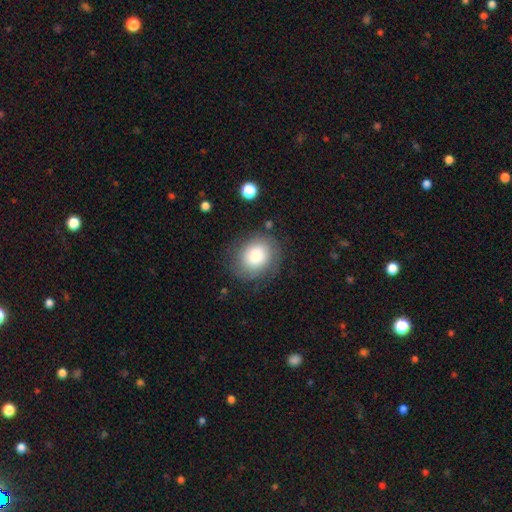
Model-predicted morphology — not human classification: type=smooth (74%); roundness=round (61%); merging=none (74%).